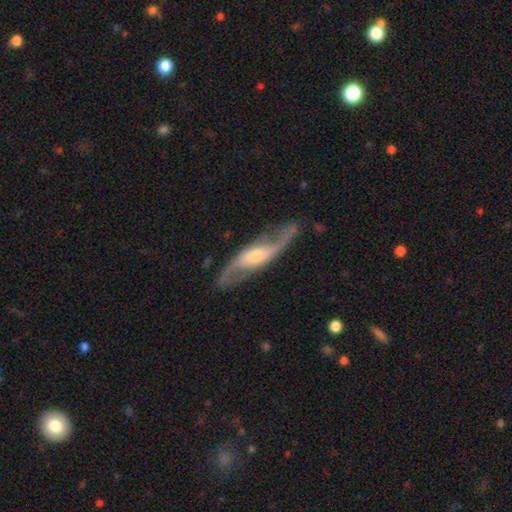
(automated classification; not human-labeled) smooth_or_featured: featured or disk (p=0.87) [alt: smooth p=0.09]
disk_edge_on: no (p=0.85) [alt: yes p=0.15]
bar: weak (p=0.39) [alt: no p=0.38]
has_spiral_arms: yes (p=0.96) [alt: no p=0.04]
spiral_winding: loose (p=0.60) [alt: medium p=0.31]
spiral_arm_count: 2 (p=0.92) [alt: can't tell p=0.03]
bulge_size: moderate (p=0.48) [alt: small p=0.42]
merging: none (p=0.80) [alt: minor disturbance p=0.13]